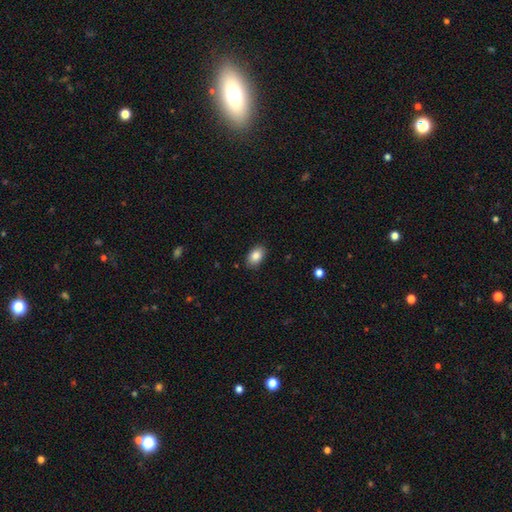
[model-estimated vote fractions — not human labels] Smooth or featured: smooth — 86% (star or artifact — 8%)
How rounded: in between — 88% (round — 10%)
Merging: none — 87% (minor disturbance — 10%)